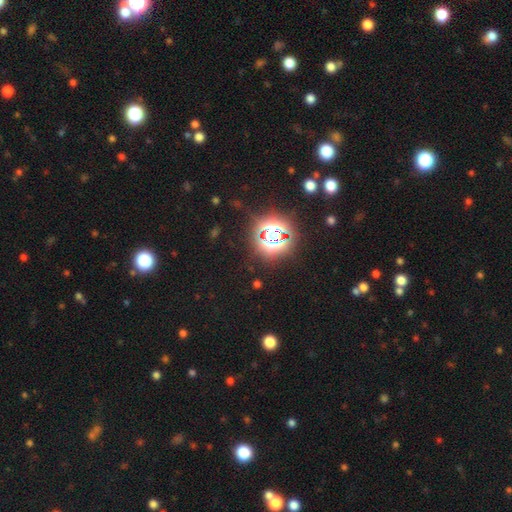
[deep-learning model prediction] This appears to be a star or artifact, not a galaxy (77%).